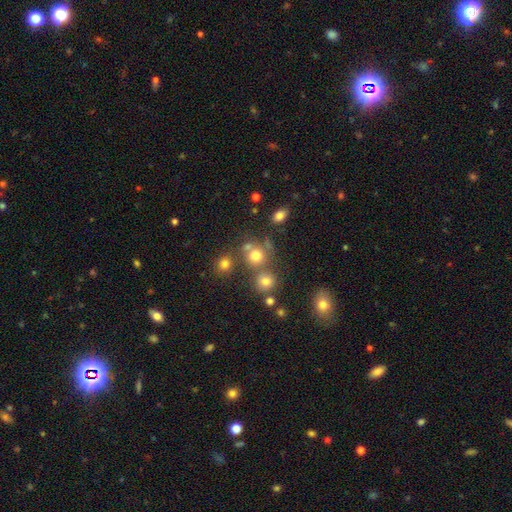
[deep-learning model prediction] Overall: smooth (72%). How rounded: round (86%). Merging: none (60%; merger 24%).